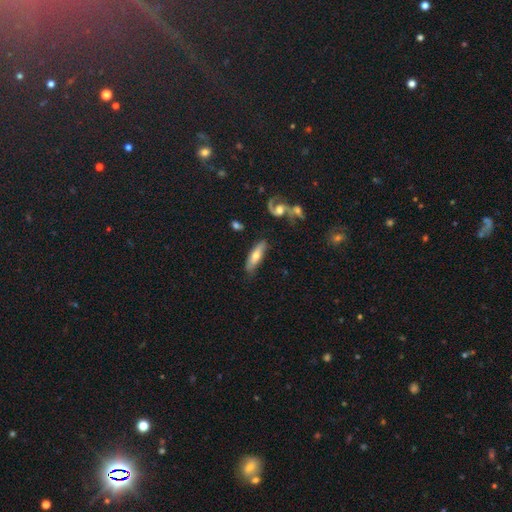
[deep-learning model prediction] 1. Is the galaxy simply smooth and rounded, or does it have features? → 55% smooth, 39% featured or disk, 6% star or artifact.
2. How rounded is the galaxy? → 54% cigar-shaped, 44% in between, 3% round.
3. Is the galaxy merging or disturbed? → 71% none, 19% minor disturbance, 5% major disturbance, 5% merger.